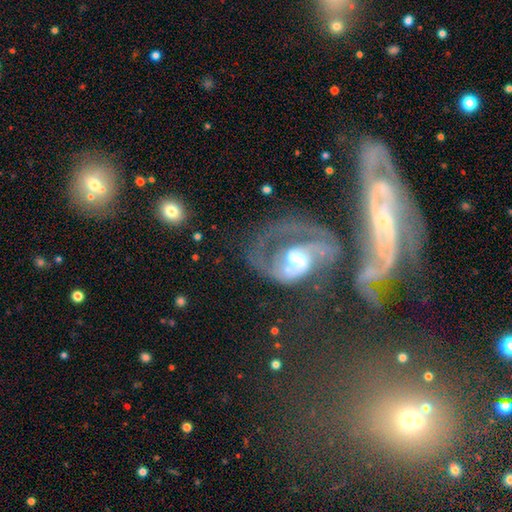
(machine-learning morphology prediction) Smooth or featured?
  - featured or disk: 78% *
  - smooth: 13%
  - star or artifact: 9%
Edge-on disk?
  - no: 96% *
  - yes: 4%
Bar?
  - no: 47% *
  - weak: 35%
  - strong: 18%
Spiral arms?
  - yes: 84% *
  - no: 16%
Spiral winding?
  - medium: 44% *
  - tight: 30%
  - loose: 26%
Spiral arm count?
  - 2: 53% *
  - 1: 21%
  - can't tell: 16%
  - 3: 5%
  - 4: 3%
  - more than 4: 3%
Bulge size?
  - moderate: 62% *
  - small: 23%
  - large: 10%
  - none: 3%
  - dominant: 2%
Merging?
  - major disturbance: 31% *
  - merger: 29%
  - none: 27%
  - minor disturbance: 14%